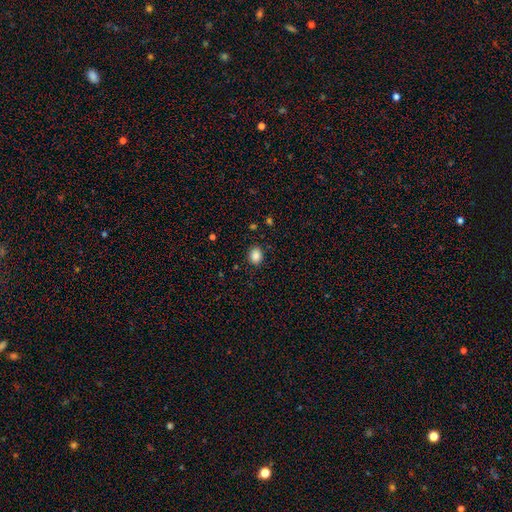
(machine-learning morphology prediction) smooth 87%, star or artifact 9%, featured or disk 3%. Down the decision tree: how rounded — in between (50%); merging — none (87%).